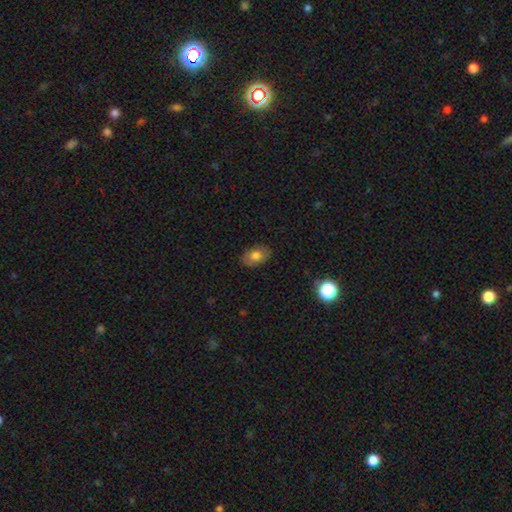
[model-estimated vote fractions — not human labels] Smooth or featured: smooth — 75% (featured or disk — 17%)
How rounded: in between — 88% (round — 11%)
Merging: none — 84% (minor disturbance — 13%)